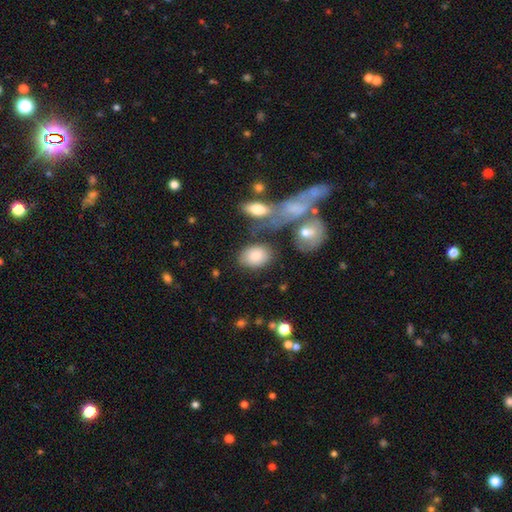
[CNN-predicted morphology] Overall: smooth (79%). How rounded: in between (78%). Merging: none (65%).